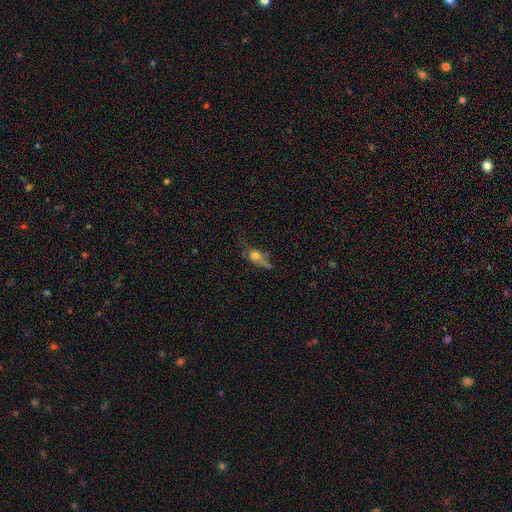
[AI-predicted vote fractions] Morphology: type=smooth (55%); roundness=in between (58%); merging=none (36%).